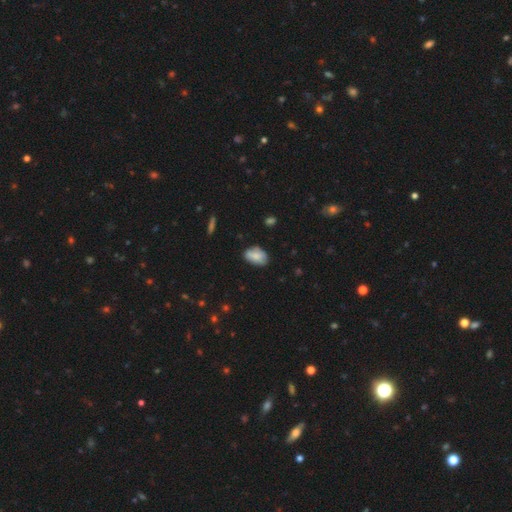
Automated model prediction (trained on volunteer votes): Smooth or featured: smooth — 80% (featured or disk — 13%)
How rounded: in between — 90% (round — 9%)
Merging: none — 71% (minor disturbance — 23%)